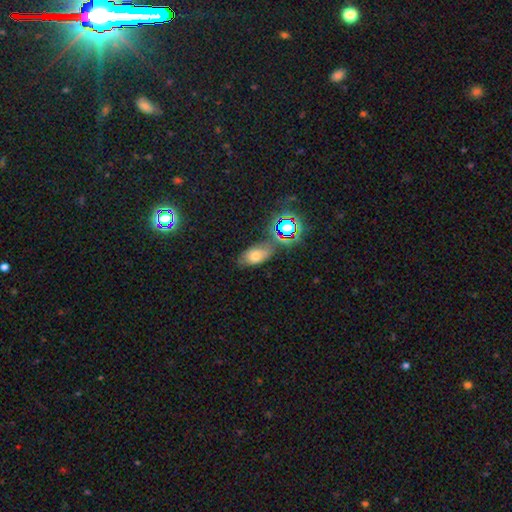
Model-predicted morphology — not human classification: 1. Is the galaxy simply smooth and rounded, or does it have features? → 57% smooth, 25% star or artifact, 18% featured or disk.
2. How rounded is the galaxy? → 85% in between, 11% round, 4% cigar-shaped.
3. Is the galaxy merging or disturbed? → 65% none, 20% minor disturbance, 8% merger, 7% major disturbance.